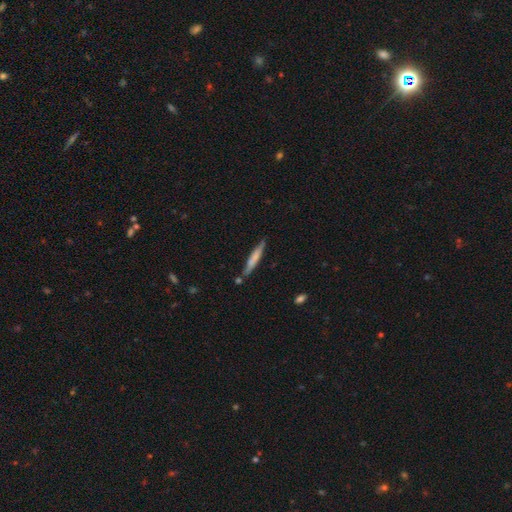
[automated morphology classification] type=smooth (55%); roundness=cigar-shaped (94%); merging=none (80%).